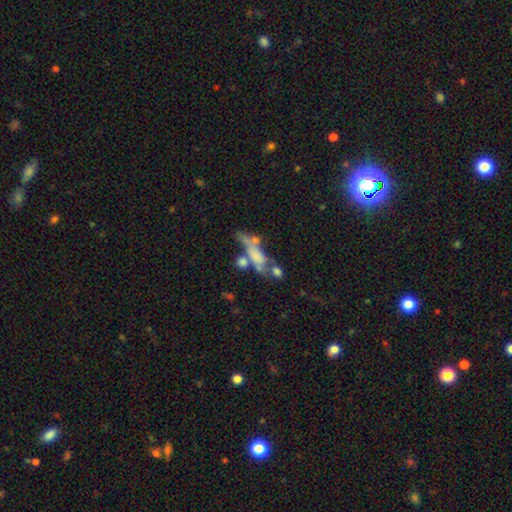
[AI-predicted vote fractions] Morphology: type=smooth (44%); merging=merger (37%).